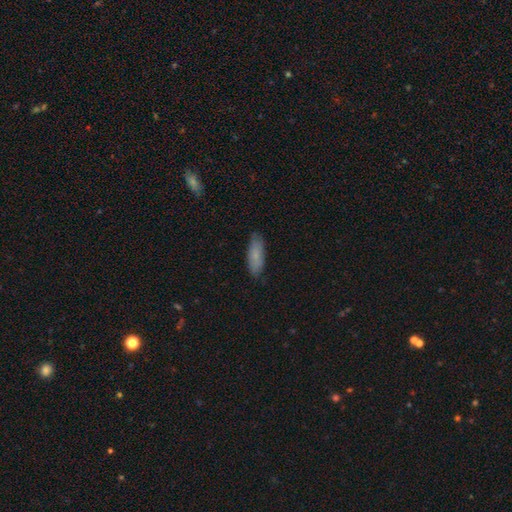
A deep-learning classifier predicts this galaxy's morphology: type=smooth (77%); roundness=in between (65%); merging=none (82%).